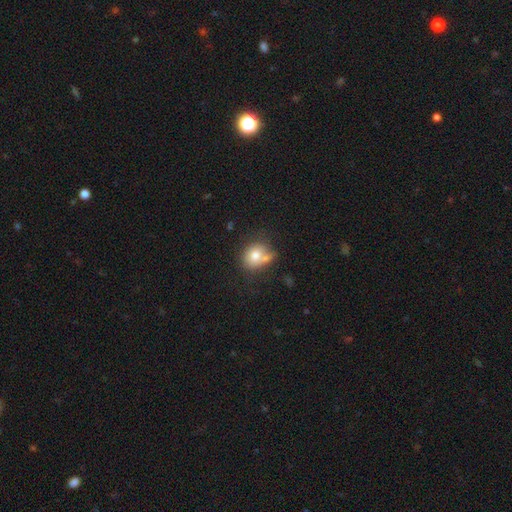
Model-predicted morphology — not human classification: A smooth galaxy with no disk features (75%) that is round (61%). Merging: none (47%).